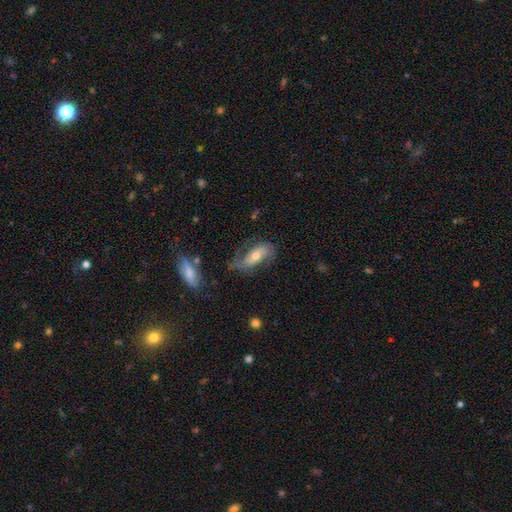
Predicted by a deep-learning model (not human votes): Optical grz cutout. It shows a featured or disk galaxy (62%) with no bar (50%), spiral arms (84%) and a moderate central bulge (61%). Merging: none (51%).